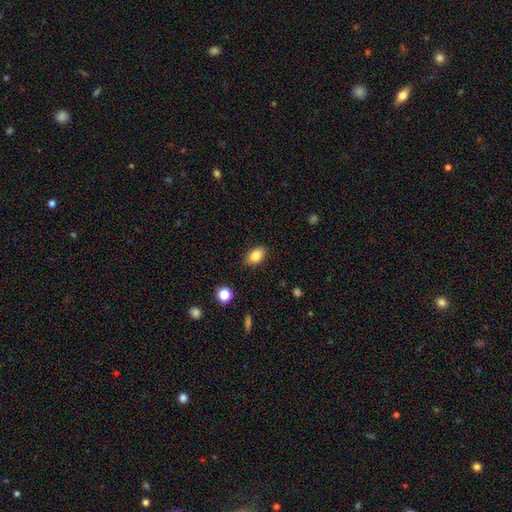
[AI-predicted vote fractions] The model was most divided on "merging": none: 85%, minor disturbance: 11%, major disturbance: 3%, merger: 1%. More confident: how rounded — in between (88%); smooth or featured — smooth (87%).